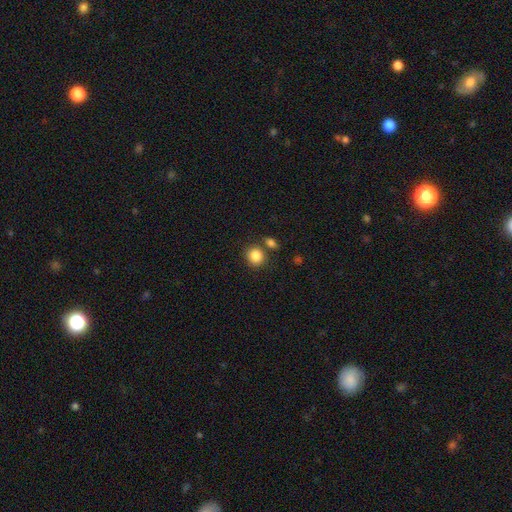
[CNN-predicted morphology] Q: Smooth or featured?
A: smooth (86%); runner-up: star or artifact (9%)
Q: How rounded?
A: round (80%); runner-up: in between (19%)
Q: Merging?
A: none (73%); runner-up: merger (14%)